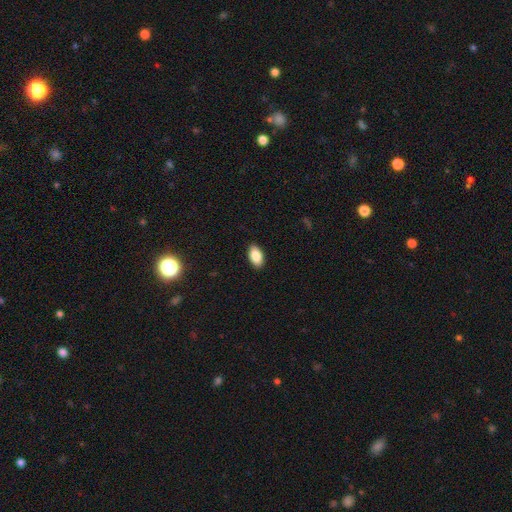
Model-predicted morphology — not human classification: A smooth galaxy with no disk features (87%) that is in between round and cigar-shaped (94%).

Vote fractions:
- Smooth or featured? smooth: 87% / star or artifact: 7% / featured or disk: 6%
- How rounded? in between: 94% / round: 4% / cigar-shaped: 2%
- Merging? none: 90% / minor disturbance: 7% / major disturbance: 2% / merger: 1%